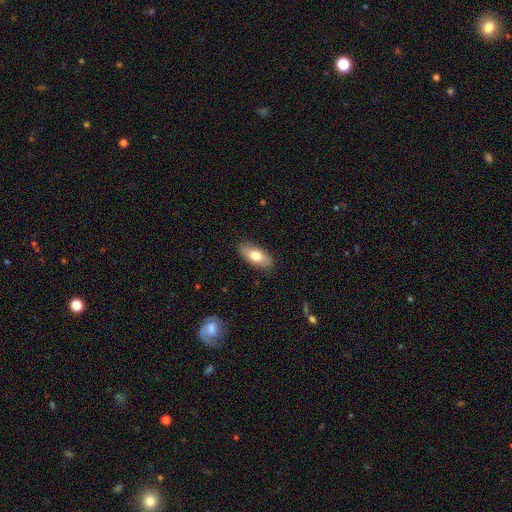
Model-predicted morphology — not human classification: A smooth galaxy with no disk features (75%) that is in between round and cigar-shaped (87%). Merging: none (88%).